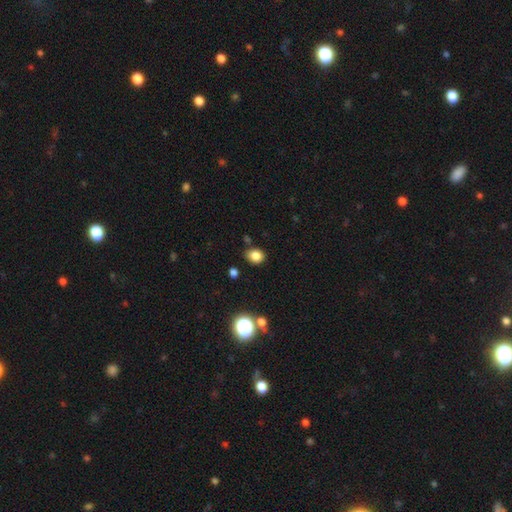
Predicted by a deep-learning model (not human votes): This appears to be a smooth galaxy with no disk features (82%) that is round (55%). Merging: none (77%).